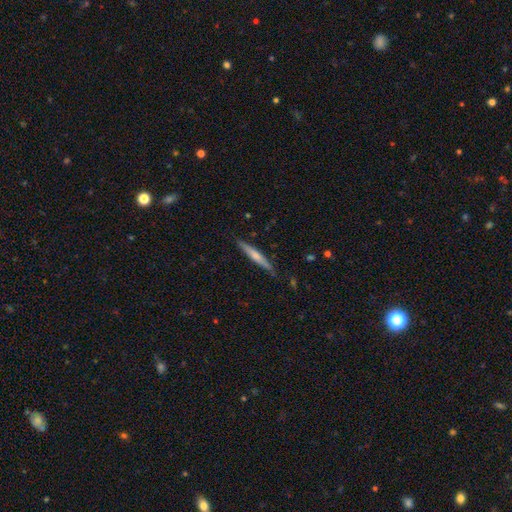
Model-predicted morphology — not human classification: Smooth or featured: smooth — 54% (featured or disk — 41%)
How rounded: cigar-shaped — 94% (in between — 4%)
Merging: none — 87% (minor disturbance — 10%)